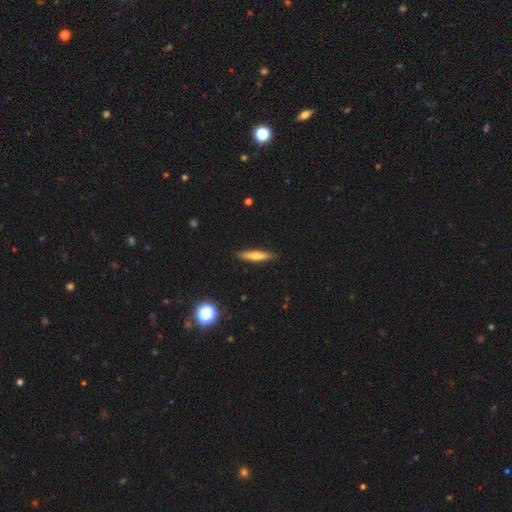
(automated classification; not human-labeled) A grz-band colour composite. It shows a smooth galaxy with no disk features (59%) that is cigar-shaped (84%). Merging: none (89%).